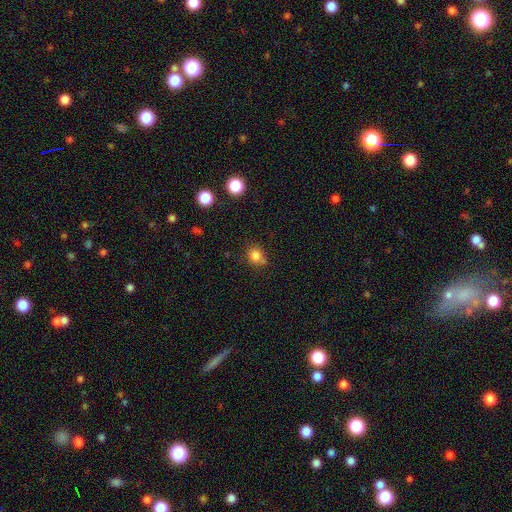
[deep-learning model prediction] Smooth or featured? Predicted: smooth (p=0.82). How rounded? Predicted: round (p=0.73). Merging? Predicted: none (p=0.61).